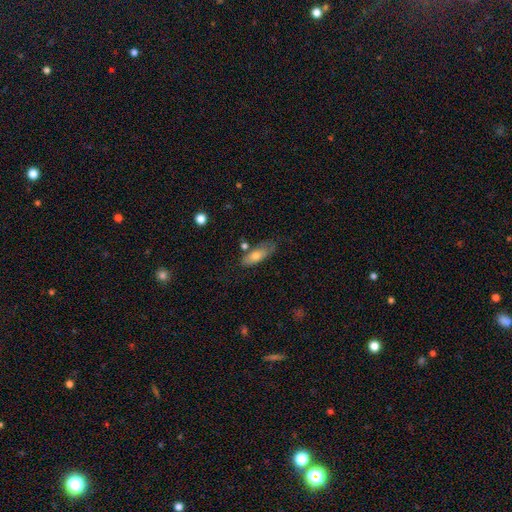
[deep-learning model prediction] A smooth galaxy with no disk features (72%) that is in between round and cigar-shaped (72%). Merging: none (59%).